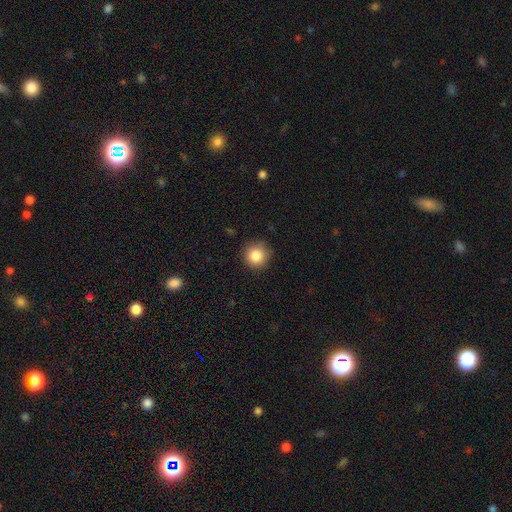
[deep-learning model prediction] Smooth or featured? Predicted: smooth (p=0.84). How rounded? Predicted: round (p=0.95). Merging? Predicted: none (p=0.88).